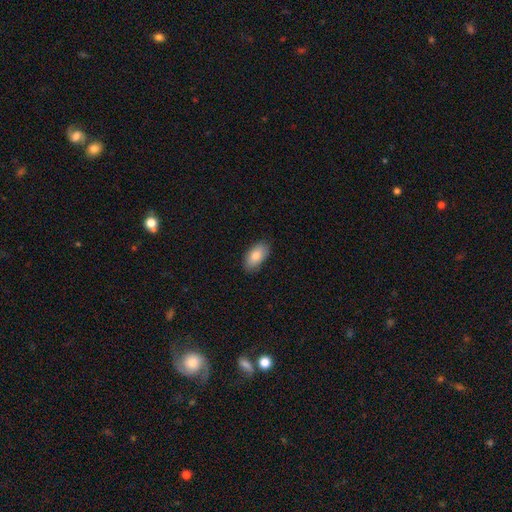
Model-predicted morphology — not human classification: This is clearly a smooth galaxy (84%). How rounded: clearly in between (94%). Merging: clearly none (88%).